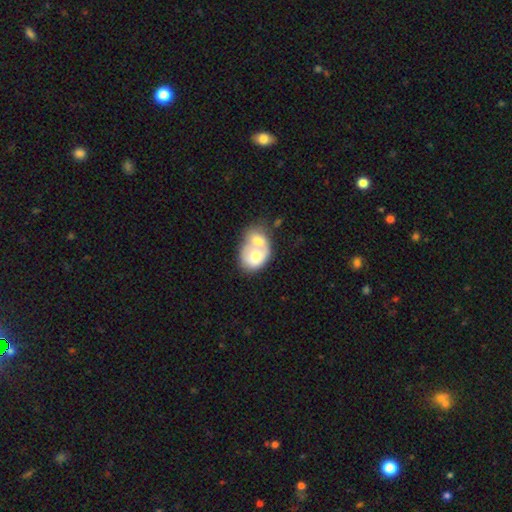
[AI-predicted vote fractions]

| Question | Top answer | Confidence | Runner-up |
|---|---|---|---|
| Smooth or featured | smooth | 60% | featured or disk (34%) |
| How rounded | in between | 56% | round (43%) |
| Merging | merger | 79% | none (11%) |